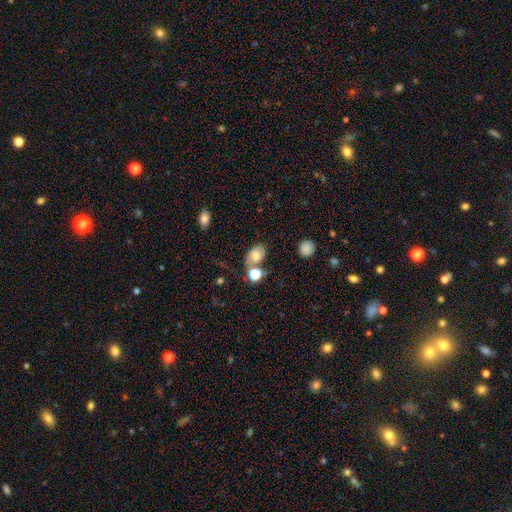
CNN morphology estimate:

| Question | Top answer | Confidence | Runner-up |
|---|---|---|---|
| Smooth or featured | smooth | 63% | featured or disk (25%) |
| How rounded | in between | 79% | round (19%) |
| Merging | none | 42% | merger (30%) |